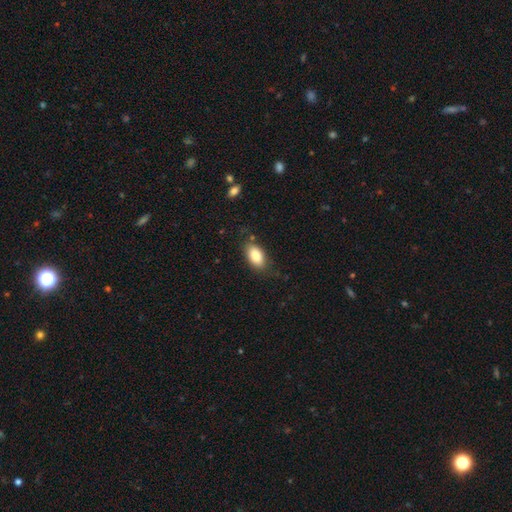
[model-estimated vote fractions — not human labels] Smooth or featured: smooth — 86% (star or artifact — 7%)
How rounded: in between — 92% (round — 5%)
Merging: none — 76% (minor disturbance — 17%)